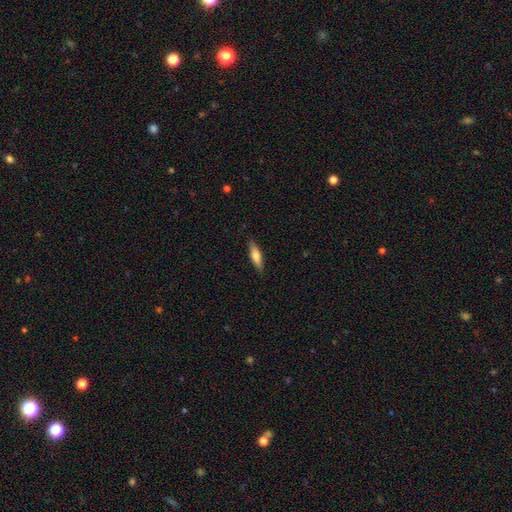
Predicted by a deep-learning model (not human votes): A smooth galaxy with no disk features (65%) that is cigar-shaped (65%). Merging: none (86%).